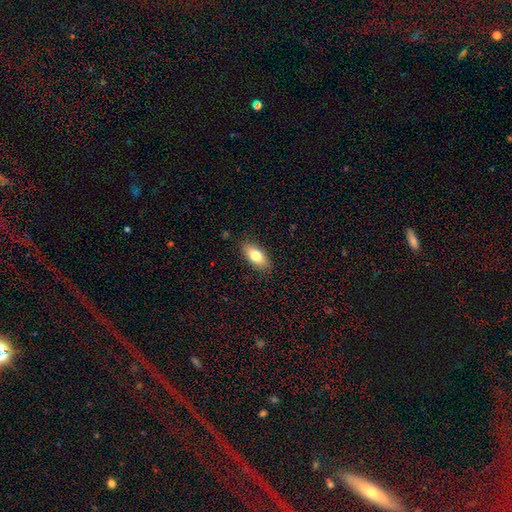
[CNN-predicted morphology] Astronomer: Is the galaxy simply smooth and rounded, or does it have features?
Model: smooth — 78%.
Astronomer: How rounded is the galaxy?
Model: in between — 87%.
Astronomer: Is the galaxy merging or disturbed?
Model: none — 87%.